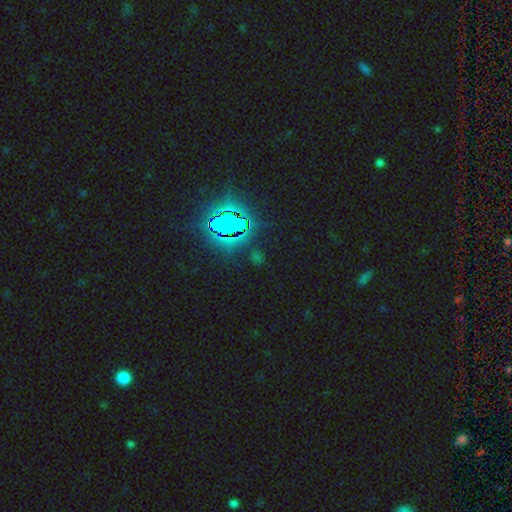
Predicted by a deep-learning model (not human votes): A star or artifact, not a galaxy (76%).

Vote fractions:
- Smooth or featured? star or artifact: 76% / smooth: 16% / featured or disk: 8%